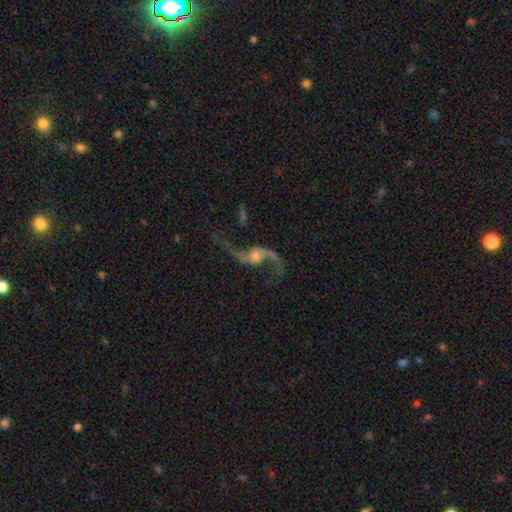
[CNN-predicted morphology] Smooth or featured: featured or disk — 90% (star or artifact — 6%)
Edge-on disk: no — 95% (yes — 5%)
Bar: no — 55% (weak — 32%)
Spiral arms: yes — 97% (no — 3%)
Spiral winding: loose — 90% (medium — 8%)
Spiral arm count: 2 — 94% (1 — 2%)
Bulge size: moderate — 44% (small — 40%)
Merging: none — 74% (minor disturbance — 12%)